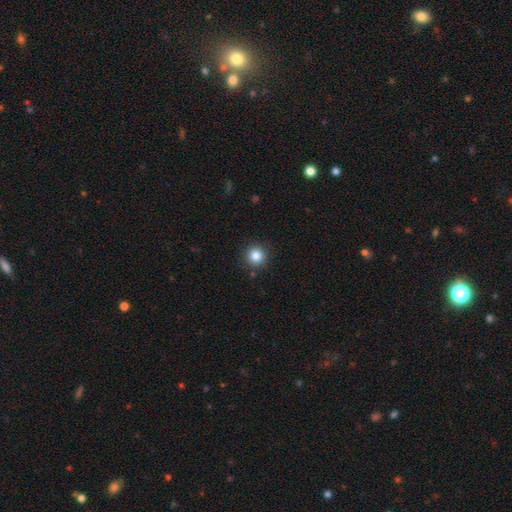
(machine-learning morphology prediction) Smooth or featured?
  - smooth: 84% *
  - star or artifact: 11%
  - featured or disk: 5%
How rounded?
  - round: 94% *
  - in between: 5%
  - cigar-shaped: 1%
Merging?
  - none: 90% *
  - minor disturbance: 6%
  - major disturbance: 2%
  - merger: 1%